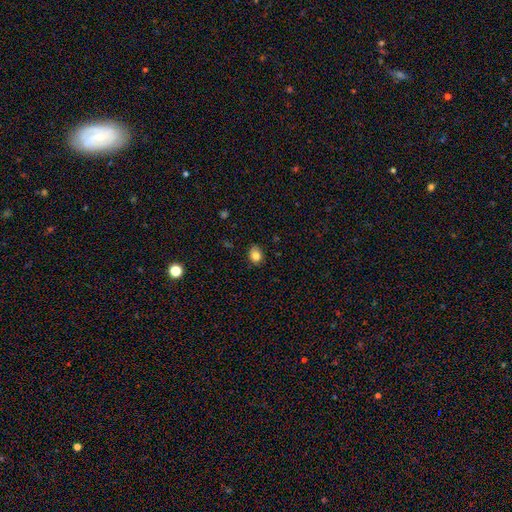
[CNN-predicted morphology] Smooth or featured? smooth (83%)
How rounded? round (51%)
Merging? none (80%)